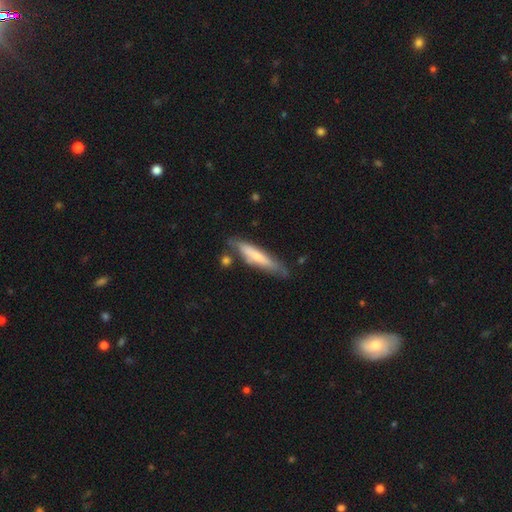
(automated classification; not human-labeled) The model was most divided on "smooth or featured": smooth: 58%, featured or disk: 37%, star or artifact: 6%. More confident: how rounded — cigar-shaped (85%); merging — none (67%).